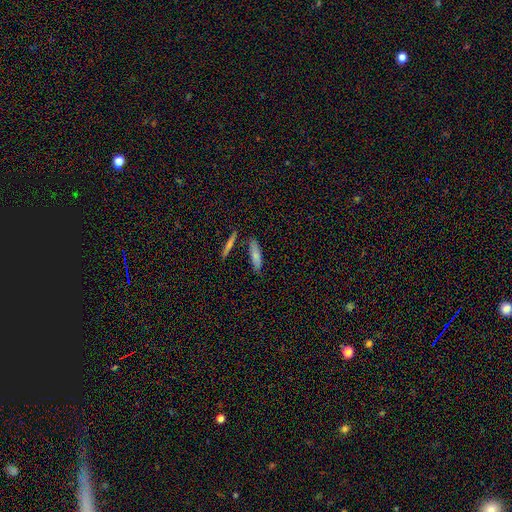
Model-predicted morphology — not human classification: Smooth or featured: smooth — 77% (featured or disk — 16%)
How rounded: cigar-shaped — 66% (in between — 32%)
Merging: none — 79% (minor disturbance — 12%)